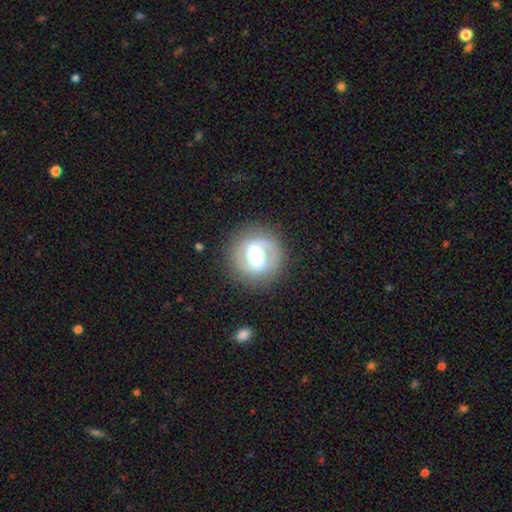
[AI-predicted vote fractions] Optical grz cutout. It shows a featured or disk galaxy (69%) with a weak bar (41%), spiral arms (74%) and a moderate central bulge (47%). Merging: none (82%).